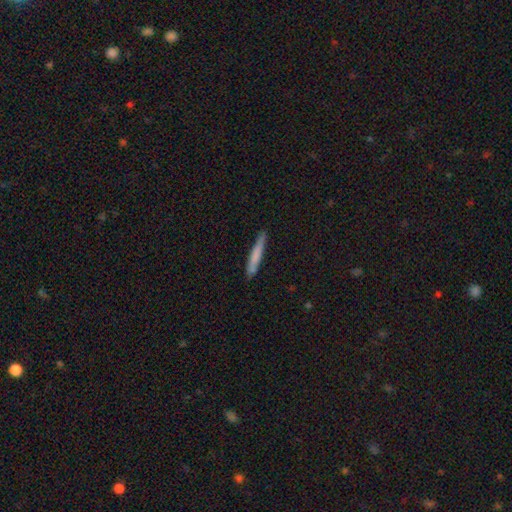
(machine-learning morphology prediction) This appears to be a smooth galaxy with no disk features (73%) that is cigar-shaped (95%). Merging: none (84%).